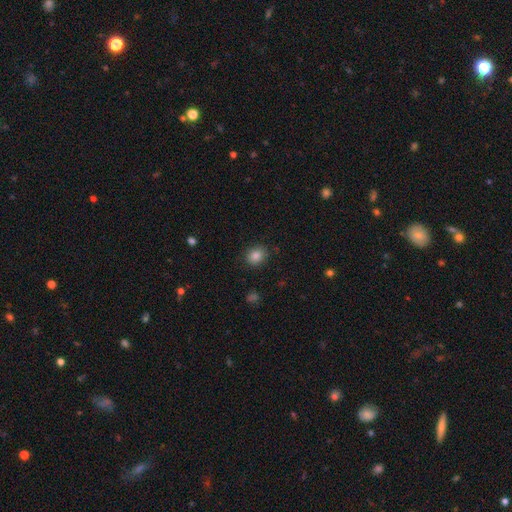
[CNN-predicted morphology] type=smooth (85%); roundness=round (64%); merging=none (87%).